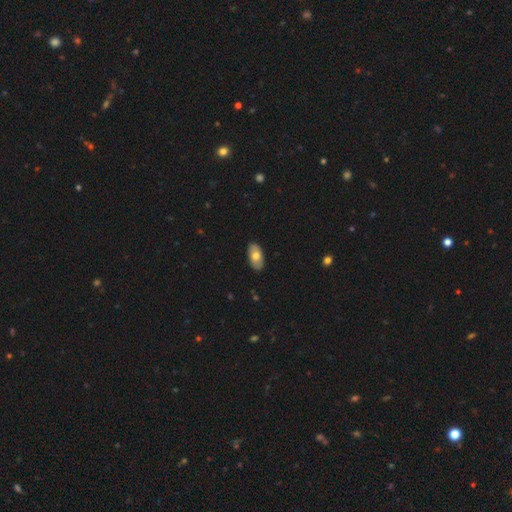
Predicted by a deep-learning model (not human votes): smooth 72%, featured or disk 22%, star or artifact 6%. Down the decision tree: how rounded — in between (94%); merging — none (88%).